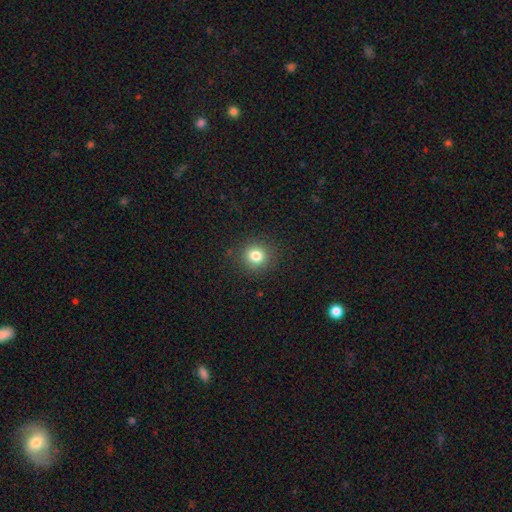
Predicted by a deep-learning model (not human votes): This appears to be a smooth galaxy with no disk features (81%) that is round (87%). Merging: none (89%).